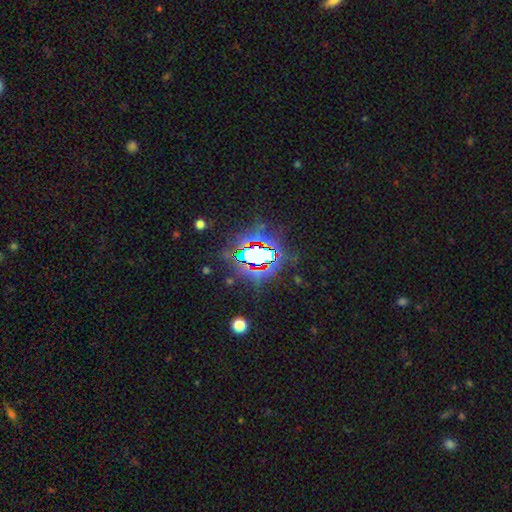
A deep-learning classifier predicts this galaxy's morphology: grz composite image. It shows a star or artifact, not a galaxy (83%).